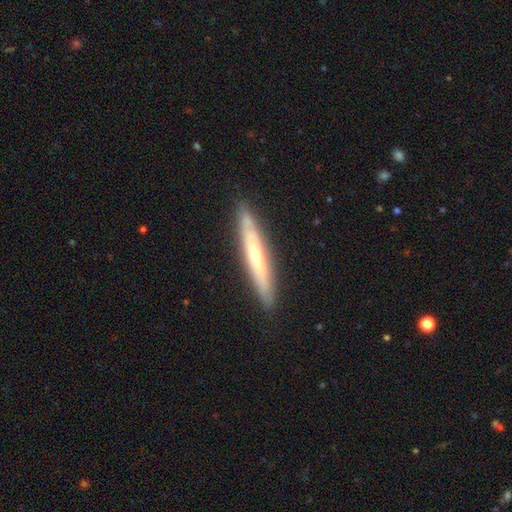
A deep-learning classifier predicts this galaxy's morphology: type=featured or disk (59%); edge-on=yes (84%); merging=none (87%).